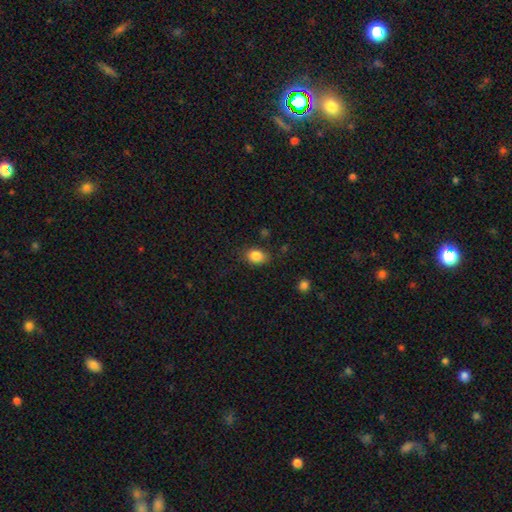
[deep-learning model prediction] This is clearly a smooth galaxy (85%). How rounded: likely in between (66%). Merging: likely none (78%).